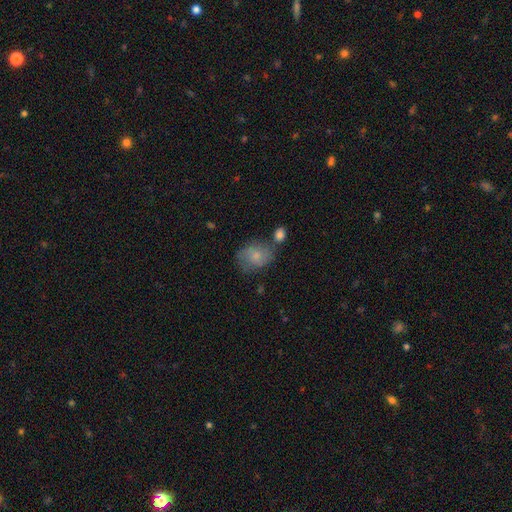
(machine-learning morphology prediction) Smooth or featured? Predicted: smooth (p=0.68). How rounded? Predicted: in between (p=0.53). Merging? Predicted: none (p=0.52).